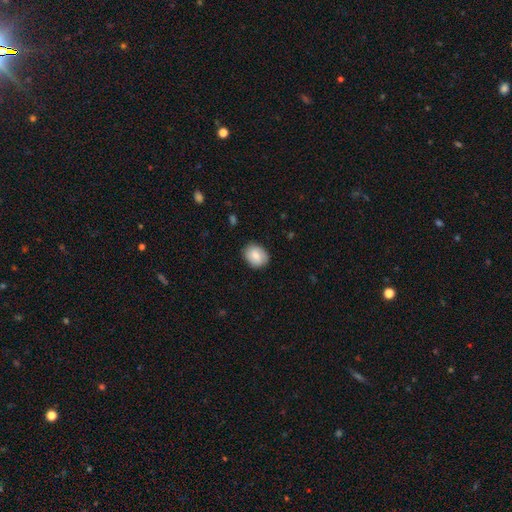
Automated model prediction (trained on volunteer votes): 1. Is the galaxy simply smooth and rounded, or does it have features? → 79% smooth, 14% featured or disk, 7% star or artifact.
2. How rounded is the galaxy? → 55% in between, 44% round, 1% cigar-shaped.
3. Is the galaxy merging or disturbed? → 84% none, 12% minor disturbance, 3% major disturbance, 1% merger.